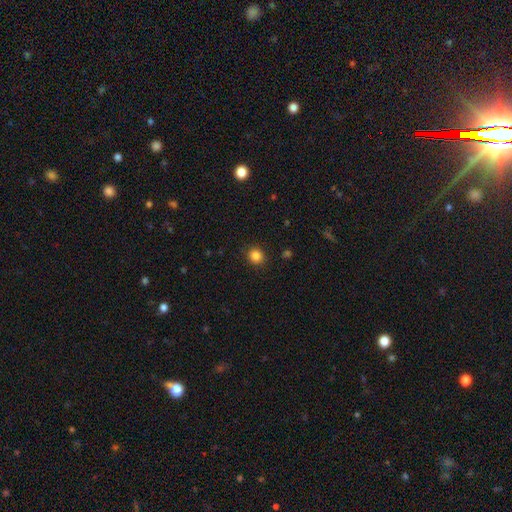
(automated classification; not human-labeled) Smooth or featured? Predicted: smooth (p=0.84). How rounded? Predicted: round (p=0.88). Merging? Predicted: none (p=0.90).